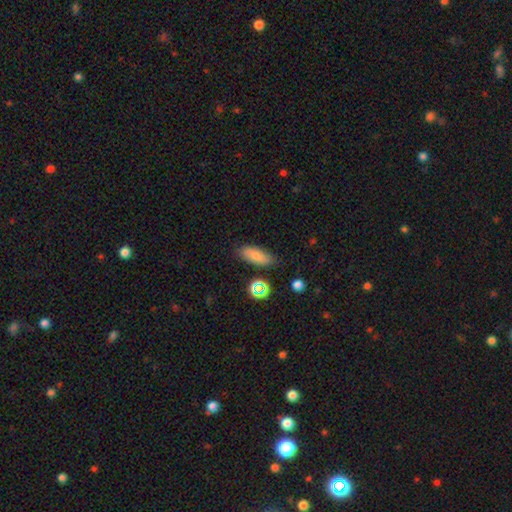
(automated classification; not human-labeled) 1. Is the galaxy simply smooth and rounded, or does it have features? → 79% smooth, 11% star or artifact, 11% featured or disk.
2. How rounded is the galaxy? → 72% in between, 23% cigar-shaped, 5% round.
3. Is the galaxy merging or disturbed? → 79% none, 15% minor disturbance, 4% major disturbance, 3% merger.